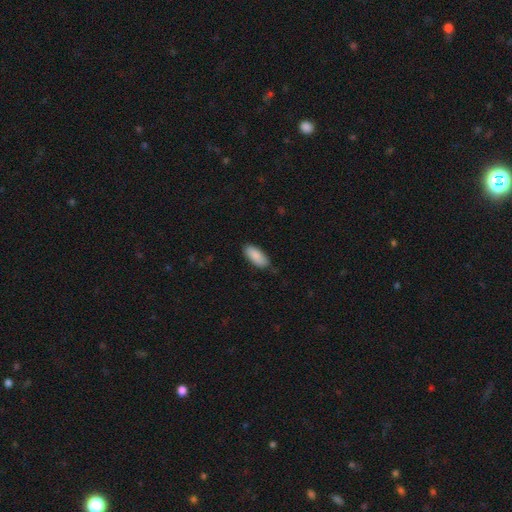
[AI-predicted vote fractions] Smooth or featured? smooth (88%)
How rounded? in between (85%)
Merging? none (78%)